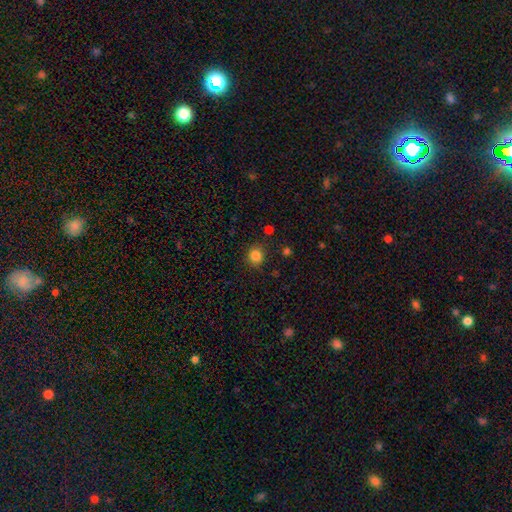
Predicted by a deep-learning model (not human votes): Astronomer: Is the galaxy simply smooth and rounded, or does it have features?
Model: smooth — 84%.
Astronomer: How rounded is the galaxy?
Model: round — 86%.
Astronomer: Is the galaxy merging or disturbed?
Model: none — 88%.